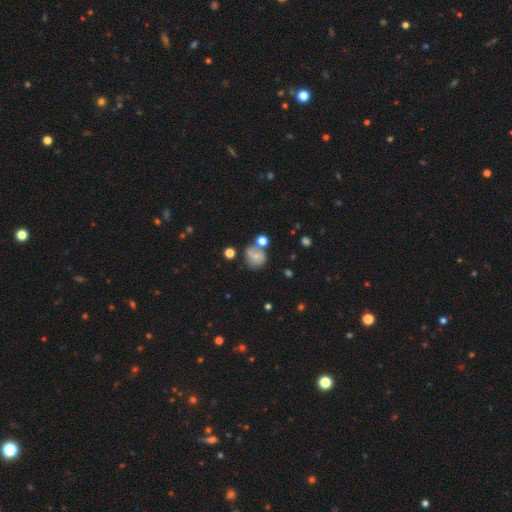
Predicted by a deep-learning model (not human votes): smooth_or_featured: smooth (p=0.61) [alt: featured or disk p=0.26]
how_rounded: round (p=0.79) [alt: in between p=0.20]
merging: none (p=0.50) [alt: merger p=0.24]